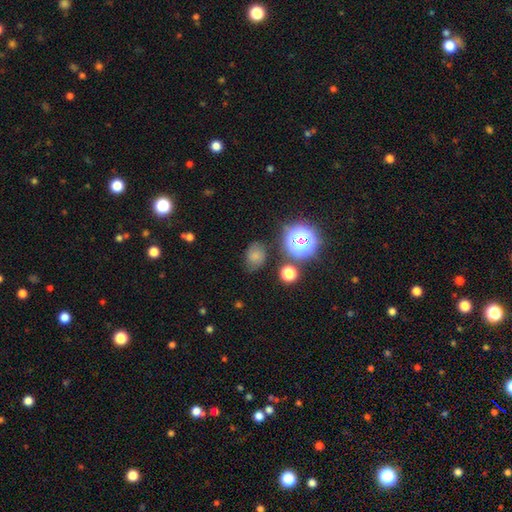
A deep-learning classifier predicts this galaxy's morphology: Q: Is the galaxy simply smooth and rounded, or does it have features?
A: smooth — 66%.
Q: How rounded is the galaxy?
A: in between — 52%.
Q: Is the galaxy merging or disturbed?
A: none — 67%.